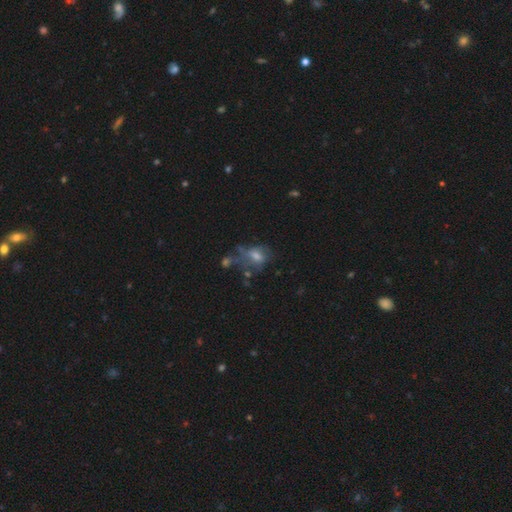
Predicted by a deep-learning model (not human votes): Morphology: type=featured or disk (42%); merging=none (34%).